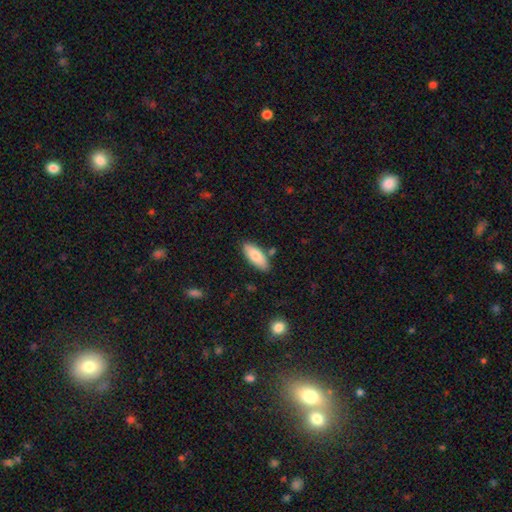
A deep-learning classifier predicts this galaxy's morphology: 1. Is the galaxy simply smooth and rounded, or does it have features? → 82% smooth, 12% featured or disk, 6% star or artifact.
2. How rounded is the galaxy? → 79% in between, 19% cigar-shaped, 2% round.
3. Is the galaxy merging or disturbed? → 83% none, 11% minor disturbance, 4% merger, 2% major disturbance.